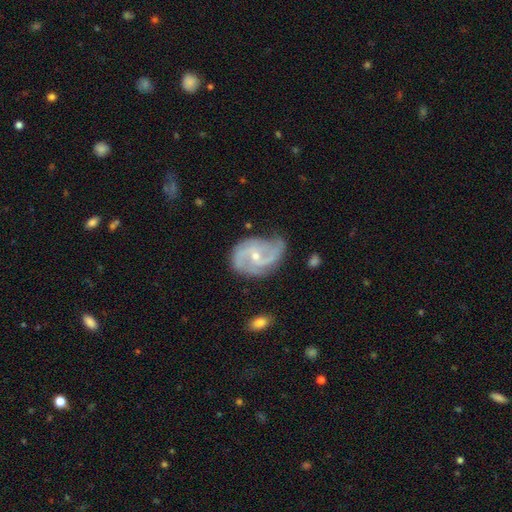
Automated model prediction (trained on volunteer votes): The model was most divided on "bar": no: 47%, weak: 41%, strong: 12%. More confident: edge-on disk — no (98%); spiral arms — yes (97%); smooth or featured — featured or disk (88%); spiral arm count — 2 (68%); bulge size — small (63%); merging — none (59%); spiral winding — medium (51%).